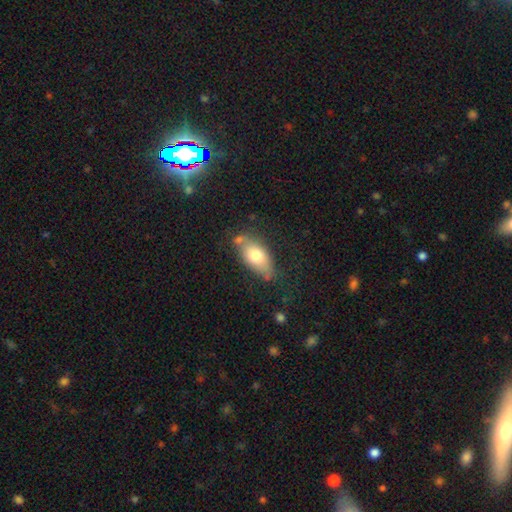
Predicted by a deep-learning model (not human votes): A smooth galaxy with no disk features (73%) that is in between round and cigar-shaped (88%). Merging: none (62%).